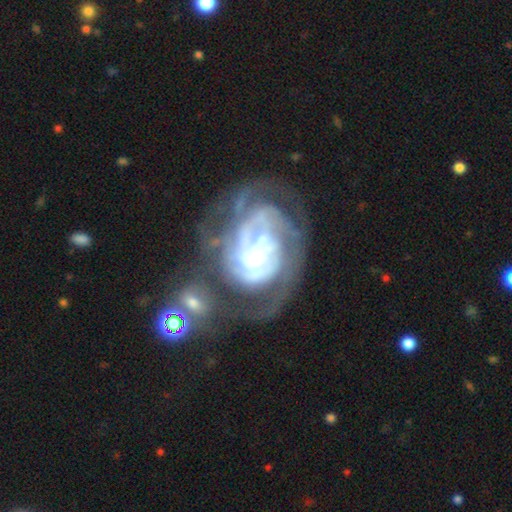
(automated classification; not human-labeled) Smooth or featured? Predicted: featured or disk (p=0.86). Edge-on disk? Predicted: no (p=0.98). Bar? Predicted: no (p=0.59). Spiral arms? Predicted: yes (p=0.92). Spiral winding? Predicted: tight (p=0.58). Spiral arm count? Predicted: can't tell (p=0.35). Bulge size? Predicted: small (p=0.64). Merging? Predicted: none (p=0.39).